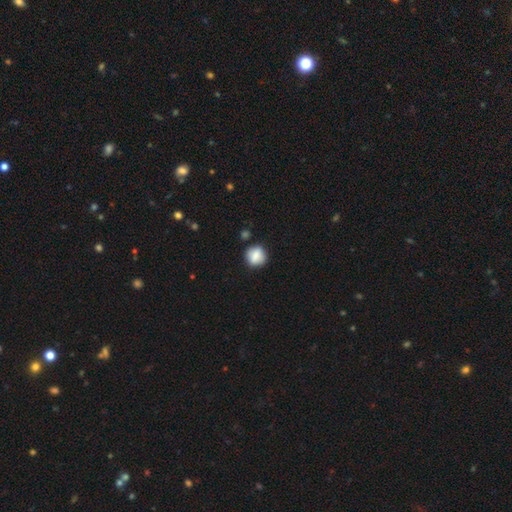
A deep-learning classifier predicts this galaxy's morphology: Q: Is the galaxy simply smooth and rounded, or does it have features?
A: smooth — 85%.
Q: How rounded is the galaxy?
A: round — 85%.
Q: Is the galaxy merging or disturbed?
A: none — 78%.